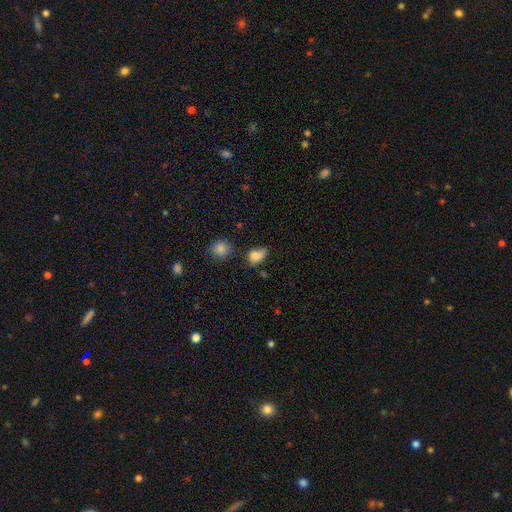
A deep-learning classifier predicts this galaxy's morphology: This is clearly a smooth galaxy (82%). How rounded: likely in between (74%). Merging: marginally none (42%).